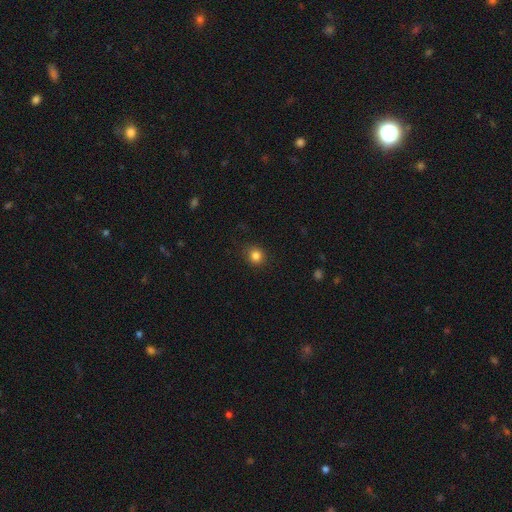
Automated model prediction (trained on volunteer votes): A smooth galaxy with no disk features (84%) that is round (88%). Merging: none (88%).